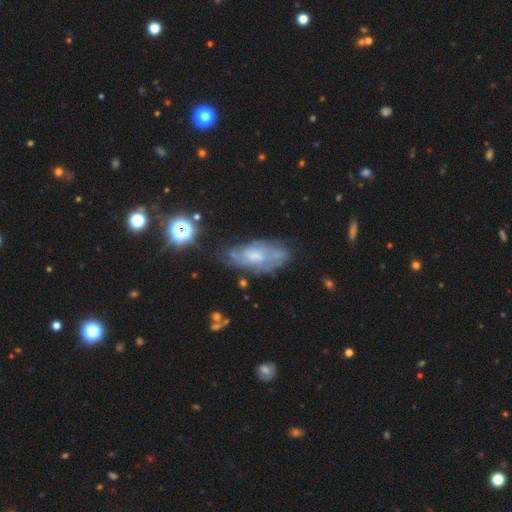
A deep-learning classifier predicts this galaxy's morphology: Smooth or featured: featured or disk — 69% (smooth — 22%)
Edge-on disk: no — 90% (yes — 10%)
Bar: no — 66% (weak — 30%)
Spiral arms: yes — 79% (no — 21%)
Bulge size: small — 40% (moderate — 39%)
Merging: none — 64% (minor disturbance — 22%)